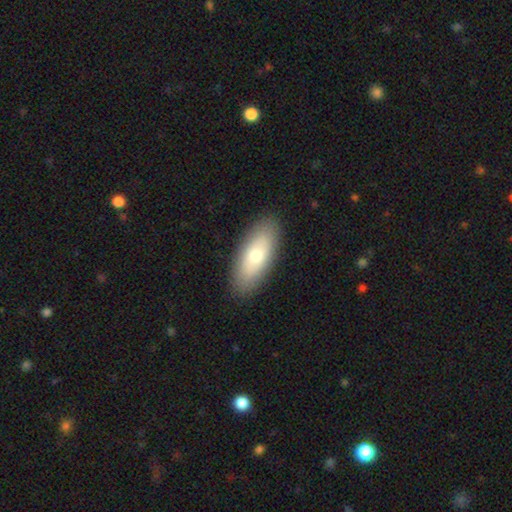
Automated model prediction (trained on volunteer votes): smooth_or_featured: smooth (p=0.70) [alt: featured or disk p=0.24]
how_rounded: in between (p=0.82) [alt: cigar-shaped p=0.15]
merging: none (p=0.89) [alt: minor disturbance p=0.08]